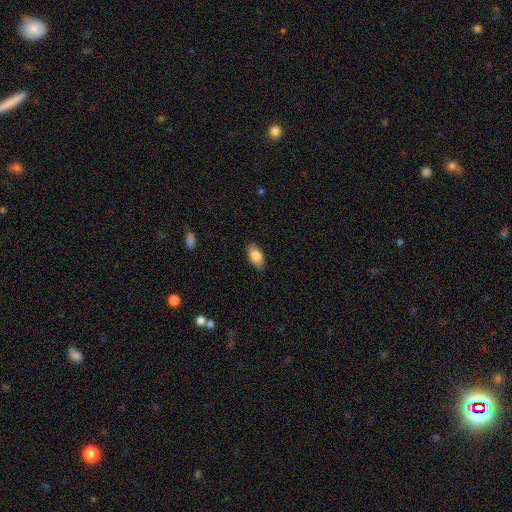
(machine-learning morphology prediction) Smooth or featured? smooth (85%)
How rounded? in between (91%)
Merging? none (87%)